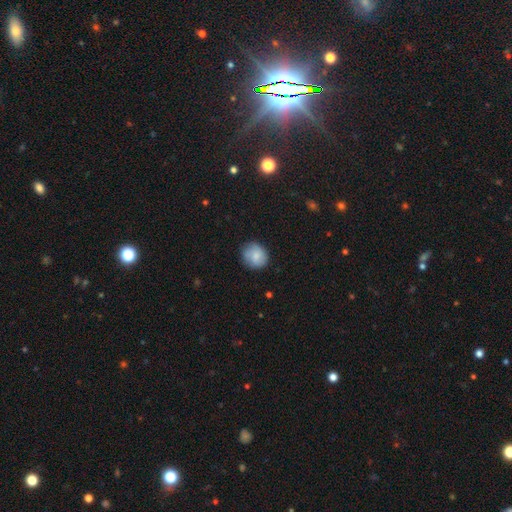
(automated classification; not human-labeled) Overall: smooth (75%). How rounded: round (78%). Merging: none (74%).